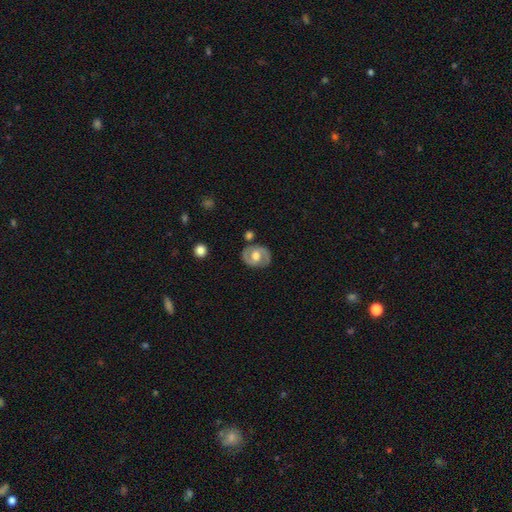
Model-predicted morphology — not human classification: Smooth or featured? Predicted: featured or disk (p=0.71). Edge-on disk? Predicted: no (p=0.97). Bar? Predicted: no (p=0.51). Spiral arms? Predicted: yes (p=0.79). Spiral winding? Predicted: medium (p=0.49). Spiral arm count? Predicted: 2 (p=0.88). Bulge size? Predicted: moderate (p=0.68). Merging? Predicted: none (p=0.81).